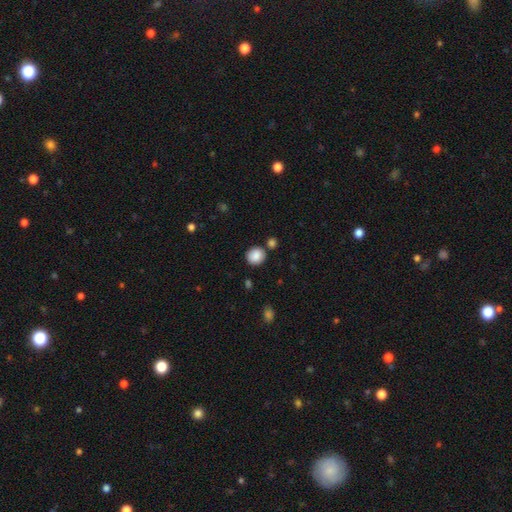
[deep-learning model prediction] Smooth or featured? smooth (88%)
How rounded? round (84%)
Merging? none (79%)